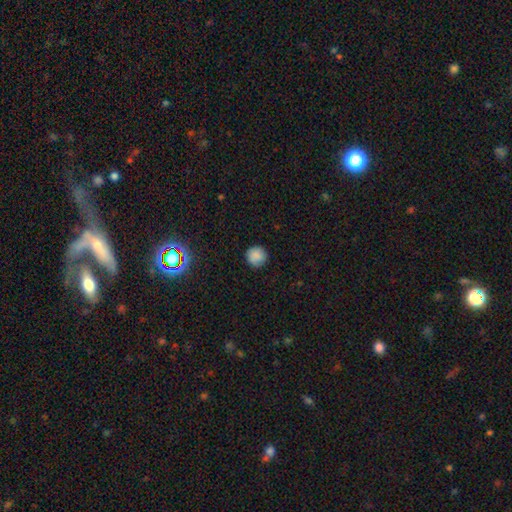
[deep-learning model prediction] smooth 84%, star or artifact 10%, featured or disk 6%. Down the decision tree: how rounded — round (94%); merging — none (87%).